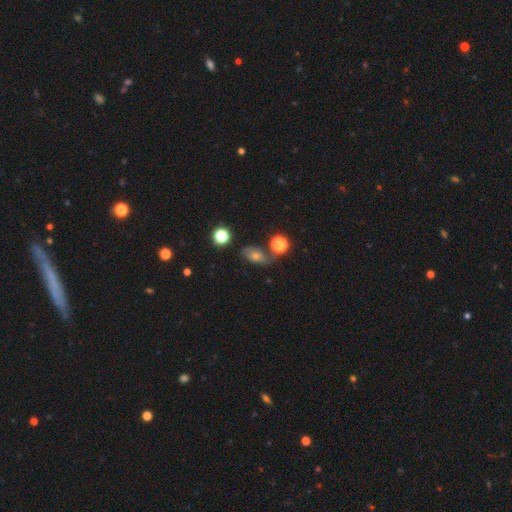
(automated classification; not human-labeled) This appears to be a smooth galaxy with no disk features (51%) that is in between round and cigar-shaped (74%). Merging: none (57%).